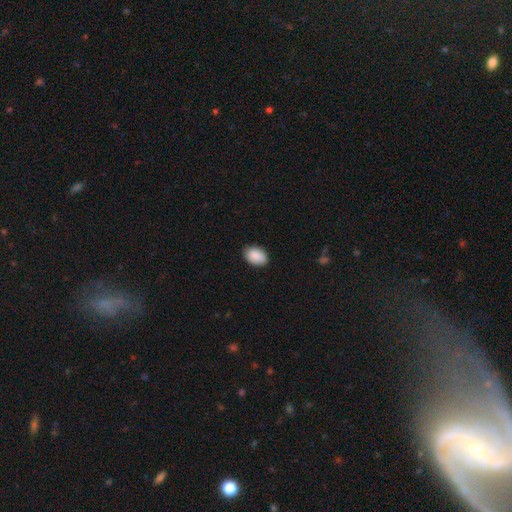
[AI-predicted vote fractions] This appears to be a smooth galaxy with no disk features (90%) that is in between round and cigar-shaped (84%). Merging: none (86%).